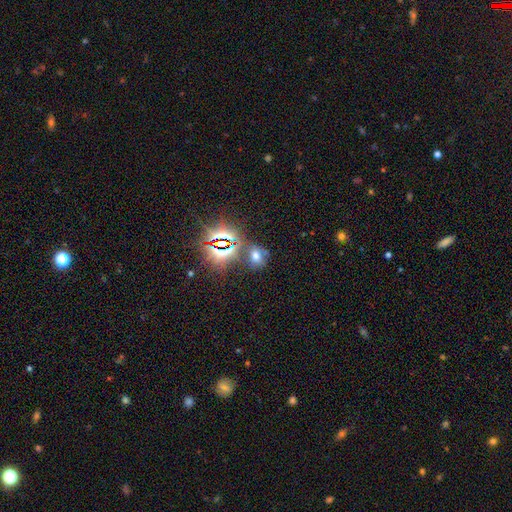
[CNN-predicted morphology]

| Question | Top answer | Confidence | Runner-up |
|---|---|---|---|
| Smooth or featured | smooth | 47% | star or artifact (42%) |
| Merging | none | 65% | minor disturbance (16%) |